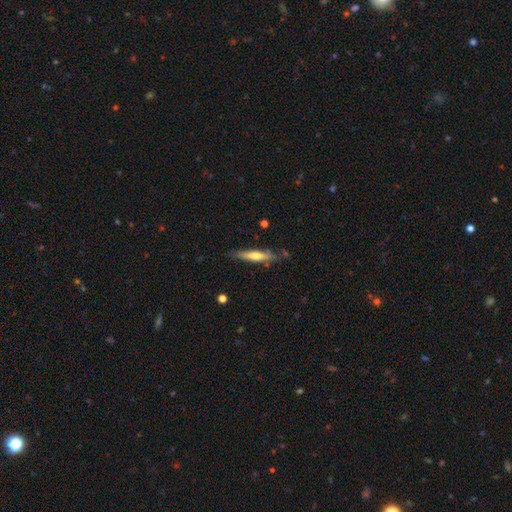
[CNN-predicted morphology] Smooth or featured?
  - featured or disk: 48% *
  - smooth: 46%
  - star or artifact: 6%
Merging?
  - none: 78% *
  - minor disturbance: 16%
  - major disturbance: 3%
  - merger: 3%